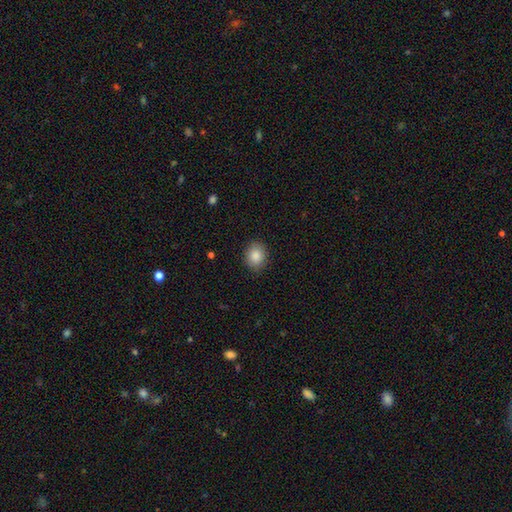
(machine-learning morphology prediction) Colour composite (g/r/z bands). It shows a smooth galaxy with no disk features (87%) that is round (58%). Merging: none (87%).